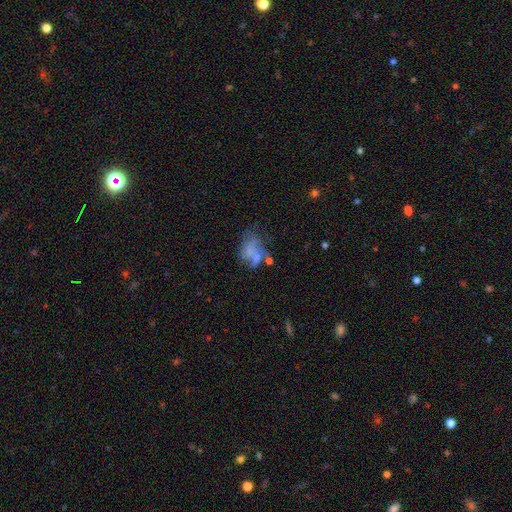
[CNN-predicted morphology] type=featured or disk (49%); merging=major disturbance (36%).